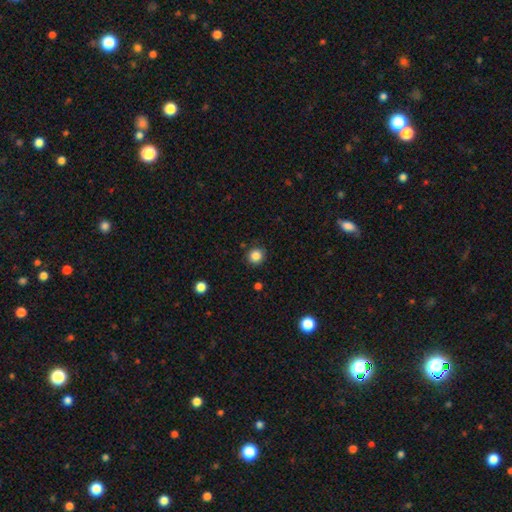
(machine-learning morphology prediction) smooth 85%, star or artifact 11%, featured or disk 4%. Down the decision tree: how rounded — round (92%); merging — none (89%).